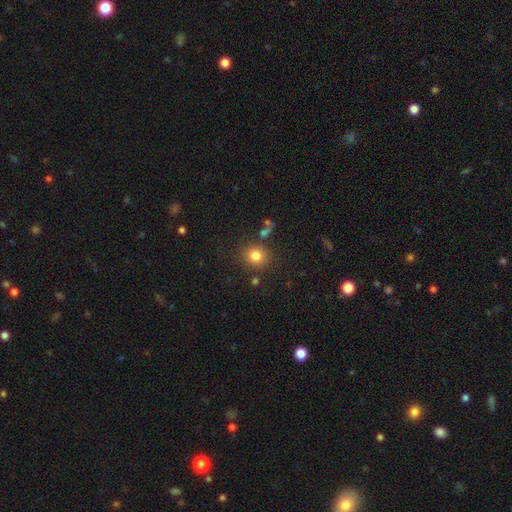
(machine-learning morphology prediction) A smooth galaxy with no disk features (81%) that is round (80%).

Vote fractions:
- Smooth or featured? smooth: 81% / star or artifact: 12% / featured or disk: 7%
- How rounded? round: 80% / in between: 19% / cigar-shaped: 1%
- Merging? none: 79% / minor disturbance: 10% / merger: 6% / major disturbance: 4%